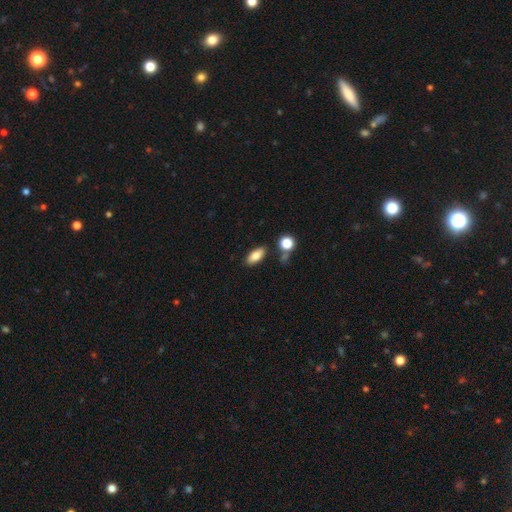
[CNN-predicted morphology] Overall: smooth (82%). How rounded: in between (86%). Merging: none (80%).